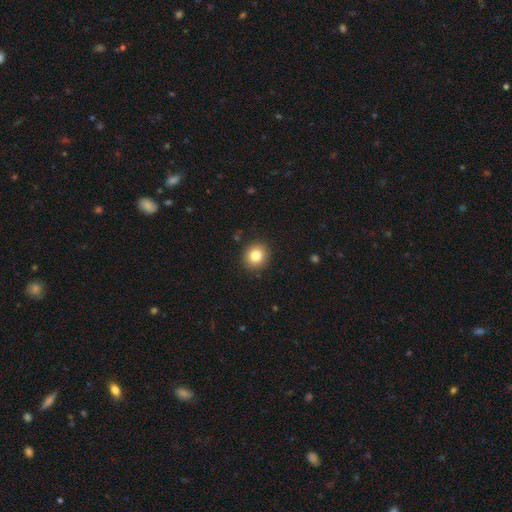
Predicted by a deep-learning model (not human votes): Smooth or featured? smooth (82%)
How rounded? round (82%)
Merging? none (91%)